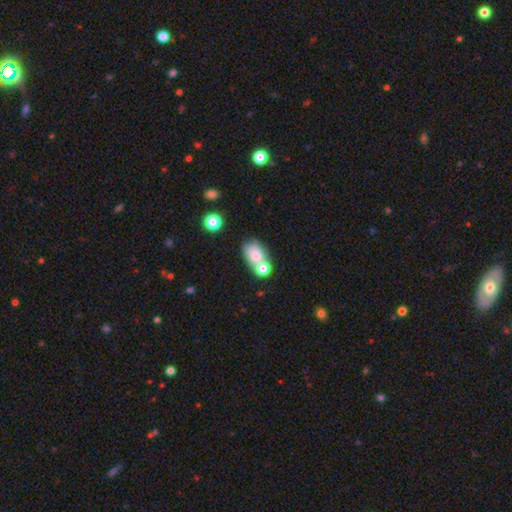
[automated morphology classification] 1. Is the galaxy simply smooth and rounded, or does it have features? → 75% smooth, 14% featured or disk, 10% star or artifact.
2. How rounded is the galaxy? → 76% in between, 22% round, 2% cigar-shaped.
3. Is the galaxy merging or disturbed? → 42% none, 39% merger, 13% minor disturbance, 6% major disturbance.